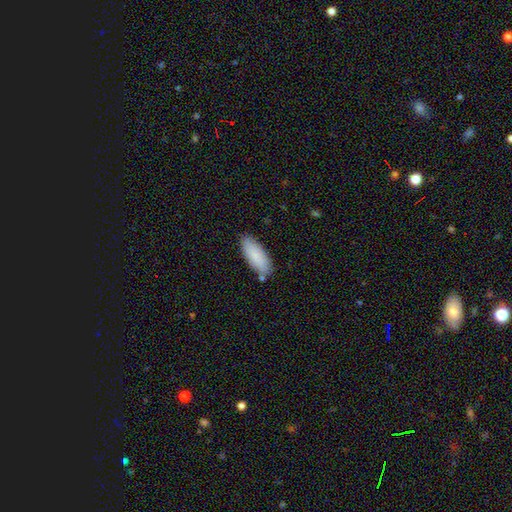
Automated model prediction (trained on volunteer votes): Morphology: type=smooth (87%); roundness=in between (76%); merging=none (82%).